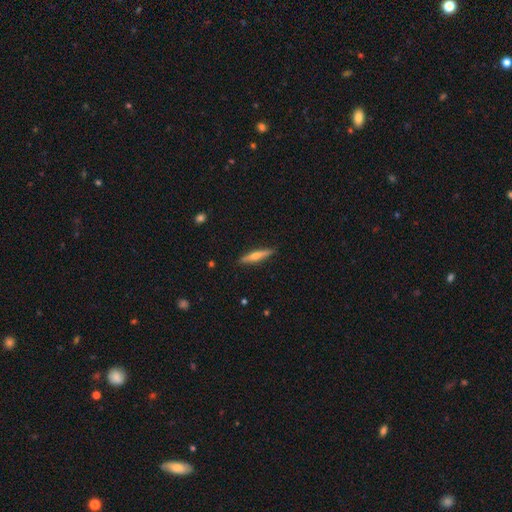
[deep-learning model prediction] The model was most divided on "smooth or featured": smooth: 54%, featured or disk: 40%, star or artifact: 6%. More confident: merging — none (89%); how rounded — cigar-shaped (88%).